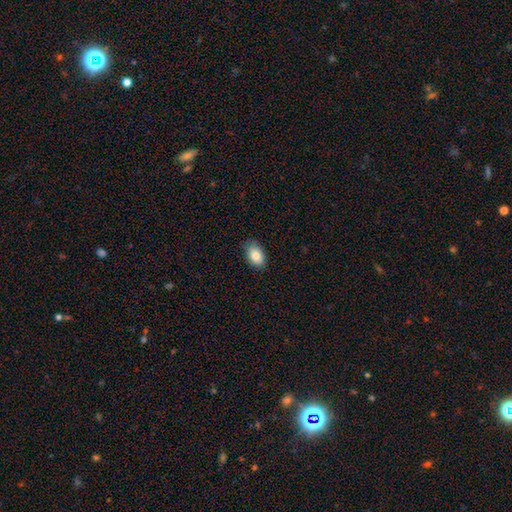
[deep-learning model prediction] The model was most divided on "merging": none: 80%, minor disturbance: 17%, major disturbance: 3%, merger: 1%. More confident: how rounded — in between (87%); smooth or featured — smooth (84%).